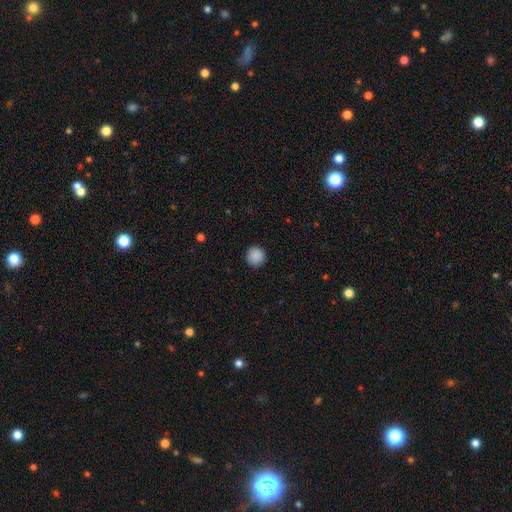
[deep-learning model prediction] Smooth or featured? Predicted: smooth (p=0.89). How rounded? Predicted: round (p=0.95). Merging? Predicted: none (p=0.93).